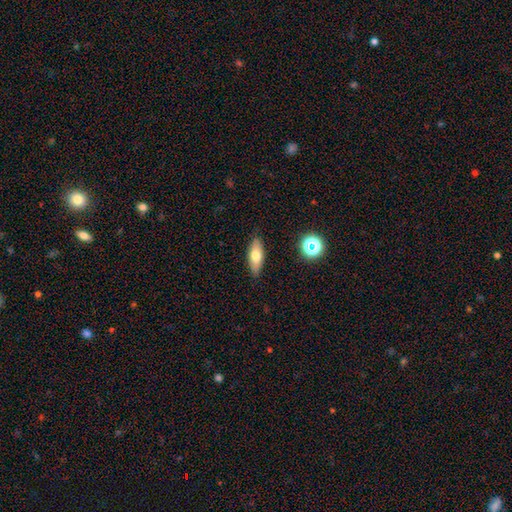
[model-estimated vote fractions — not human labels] Overall: smooth (68%). How rounded: in between (66%; cigar-shaped 30%). Merging: none (87%).